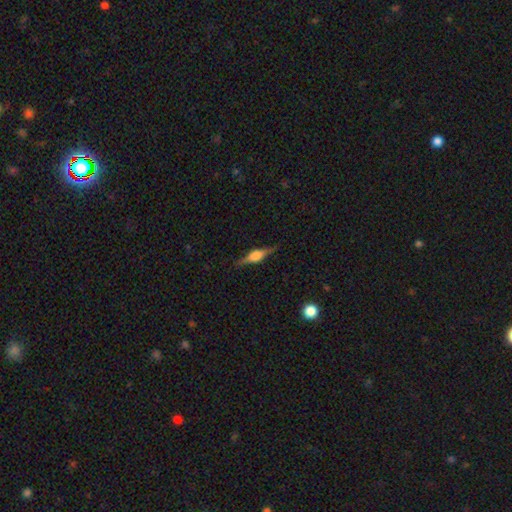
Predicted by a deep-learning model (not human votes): Smooth or featured? Predicted: featured or disk (p=0.78). Edge-on disk? Predicted: yes (p=0.98). Edge-on bulge? Predicted: rounded (p=0.85). Merging? Predicted: none (p=0.88).